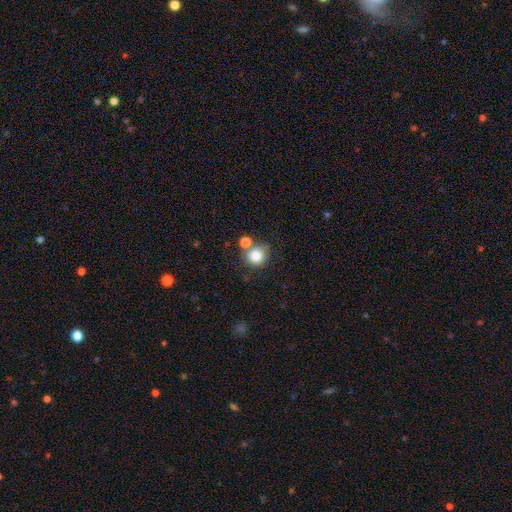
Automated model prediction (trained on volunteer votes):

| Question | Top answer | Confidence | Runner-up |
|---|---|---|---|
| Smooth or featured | smooth | 82% | star or artifact (11%) |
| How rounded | round | 89% | in between (10%) |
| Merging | none | 66% | merger (20%) |